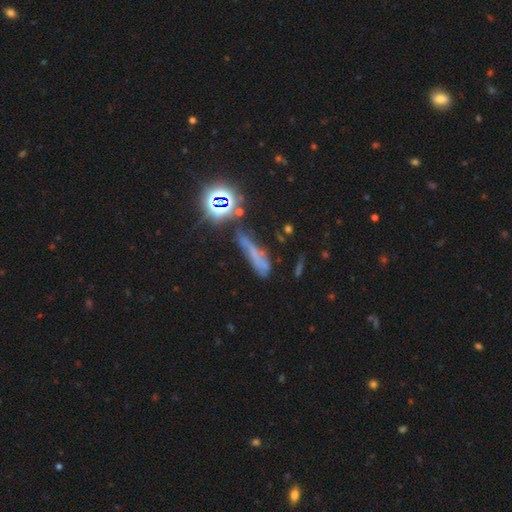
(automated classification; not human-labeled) smooth 42%, star or artifact 37%, featured or disk 22%. Down the decision tree: merging — none (48%).